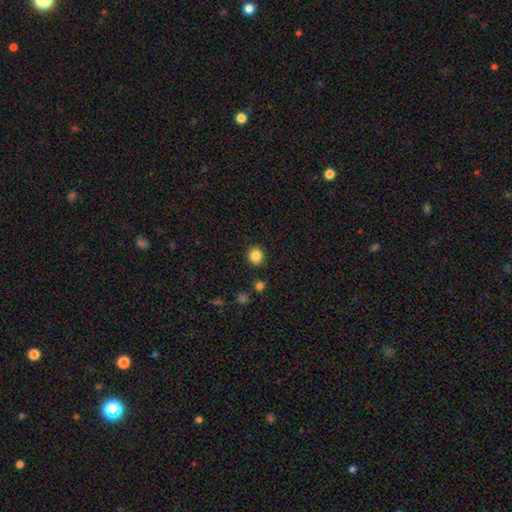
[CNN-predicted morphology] type=smooth (84%); roundness=round (88%); merging=none (89%).